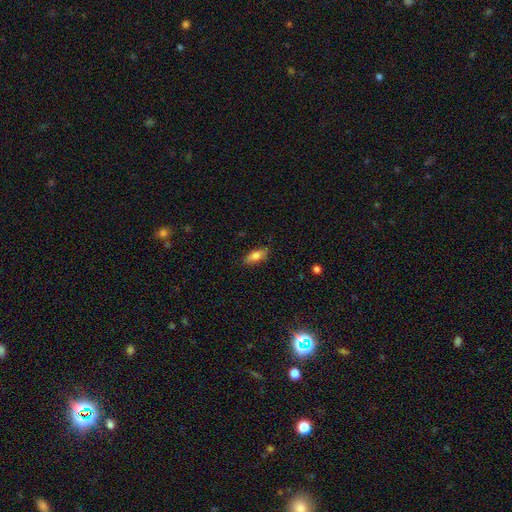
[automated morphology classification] type=smooth (76%); roundness=in between (72%); merging=none (85%).